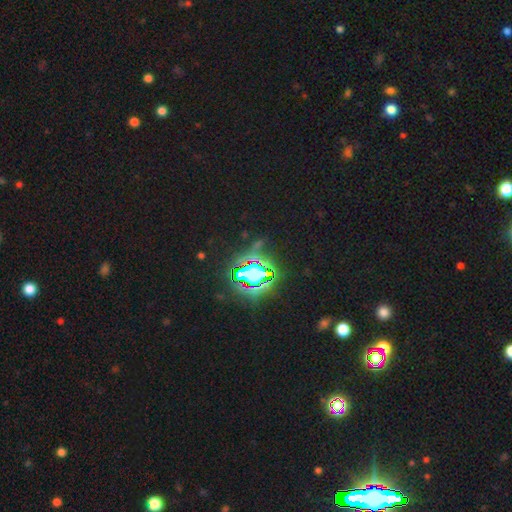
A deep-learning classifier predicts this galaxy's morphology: This is clearly a star or artifact rather than a galaxy (84%).